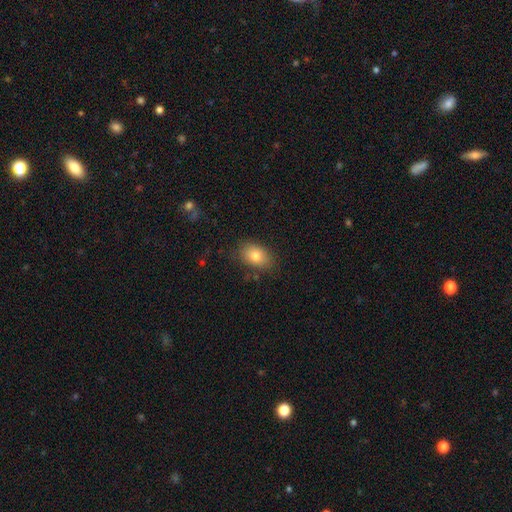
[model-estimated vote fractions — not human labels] Overall: smooth (79%). How rounded: in between (78%). Merging: none (83%).